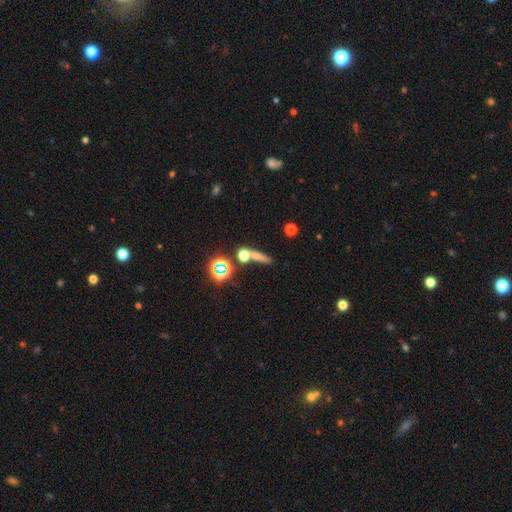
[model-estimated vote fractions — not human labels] Smooth or featured?
  - smooth: 53% *
  - star or artifact: 26%
  - featured or disk: 21%
How rounded?
  - cigar-shaped: 55% *
  - round: 26%
  - in between: 19%
Merging?
  - none: 60% *
  - merger: 23%
  - minor disturbance: 10%
  - major disturbance: 6%